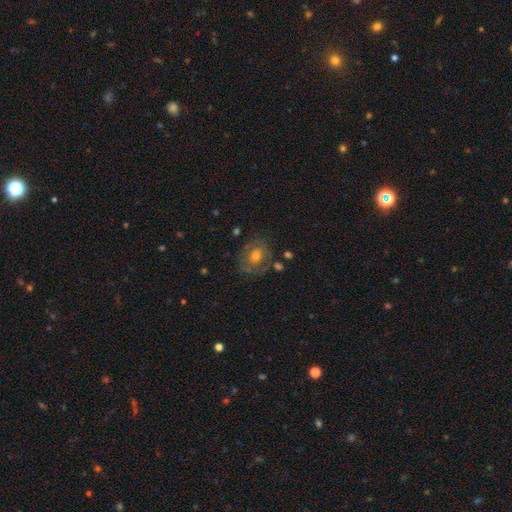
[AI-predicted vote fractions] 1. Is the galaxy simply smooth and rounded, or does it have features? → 46% featured or disk, 43% smooth, 11% star or artifact.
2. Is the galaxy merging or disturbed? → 70% none, 17% minor disturbance, 9% major disturbance, 4% merger.